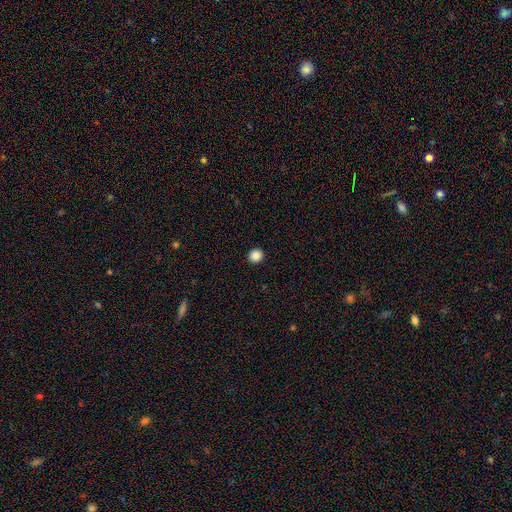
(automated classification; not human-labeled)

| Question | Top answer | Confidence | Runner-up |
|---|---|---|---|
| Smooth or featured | smooth | 87% | star or artifact (10%) |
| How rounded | round | 90% | in between (9%) |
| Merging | none | 94% | minor disturbance (4%) |